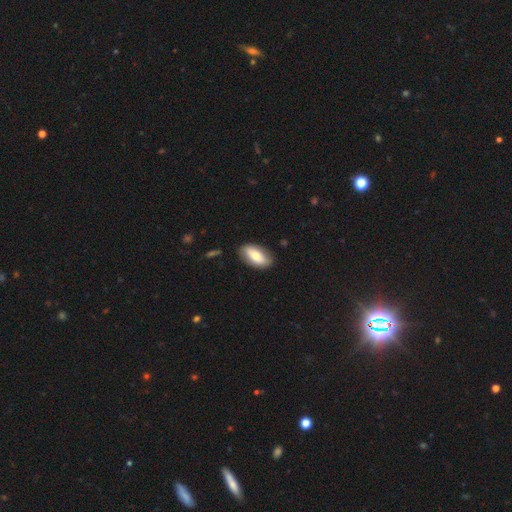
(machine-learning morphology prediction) Q: Smooth or featured?
A: smooth (68%); runner-up: featured or disk (26%)
Q: How rounded?
A: in between (92%); runner-up: cigar-shaped (5%)
Q: Merging?
A: none (82%); runner-up: minor disturbance (13%)